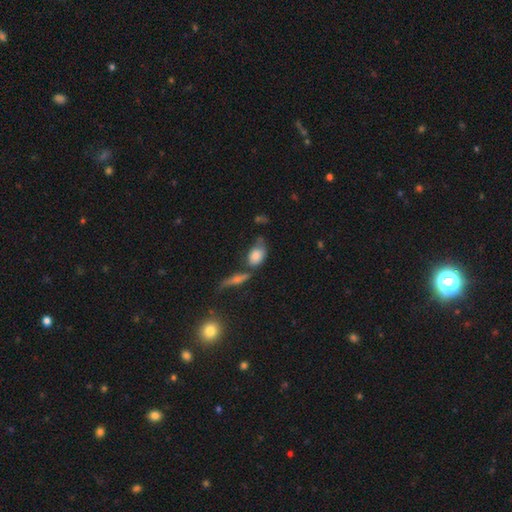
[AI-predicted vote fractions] smooth-or-featured: smooth: 77% | featured or disk: 15% | star or artifact: 9%
  how-rounded: in between: 82% | round: 14% | cigar-shaped: 4%
  merging: none: 37% | minor disturbance: 25% | merger: 24% | major disturbance: 15%